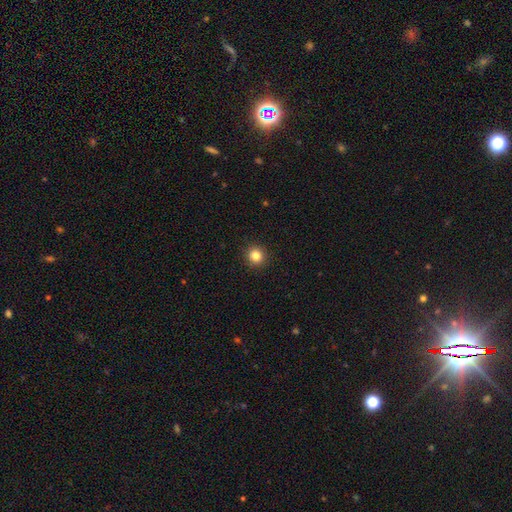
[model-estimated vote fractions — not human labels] This is clearly a smooth galaxy (84%). How rounded: clearly round (92%). Merging: clearly none (92%).